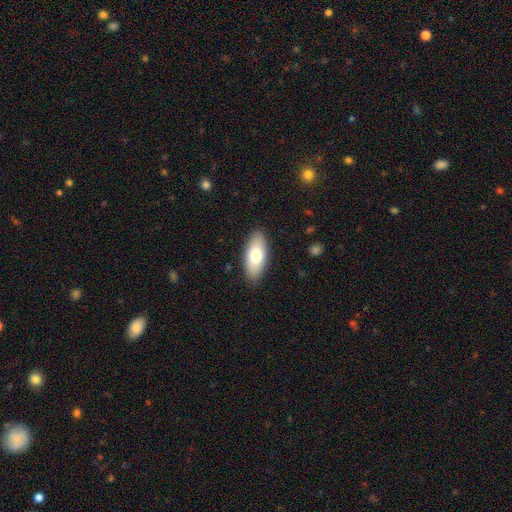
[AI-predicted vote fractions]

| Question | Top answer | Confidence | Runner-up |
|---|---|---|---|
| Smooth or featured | smooth | 74% | featured or disk (19%) |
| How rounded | in between | 86% | cigar-shaped (11%) |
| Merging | none | 87% | minor disturbance (9%) |